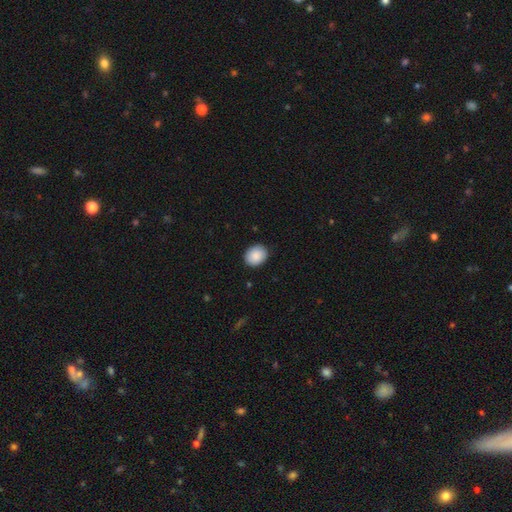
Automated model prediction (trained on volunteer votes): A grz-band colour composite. It shows a smooth galaxy with no disk features (89%) that is round (52%). Merging: none (89%).